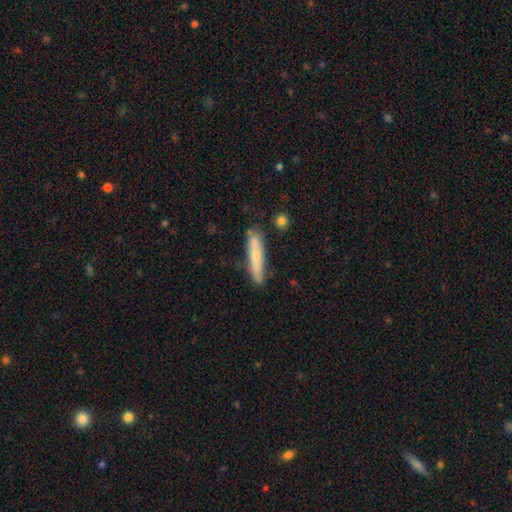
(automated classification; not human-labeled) This appears to be a smooth galaxy with no disk features (60%) that is cigar-shaped (90%). Merging: none (78%).